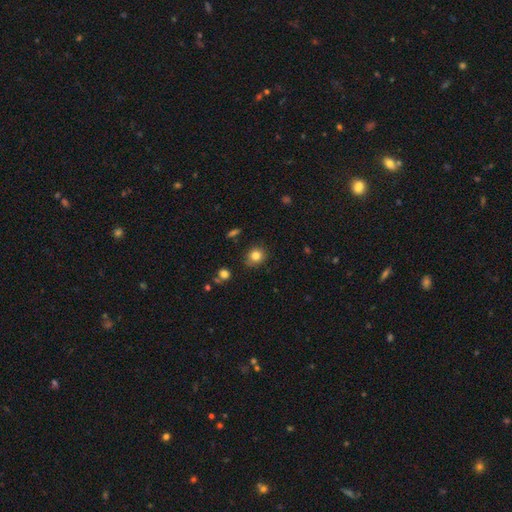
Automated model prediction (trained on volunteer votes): Smooth or featured? smooth (82%)
How rounded? round (75%)
Merging? none (82%)